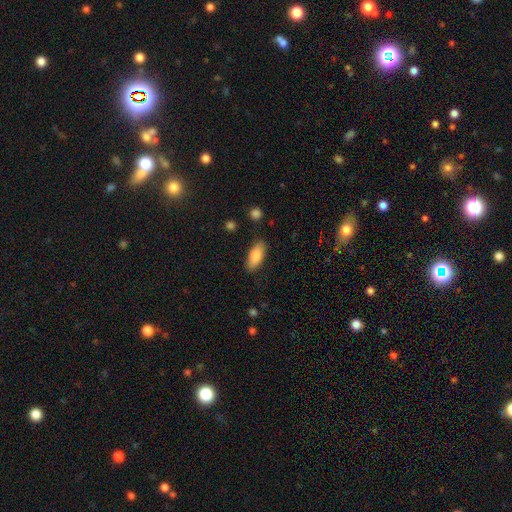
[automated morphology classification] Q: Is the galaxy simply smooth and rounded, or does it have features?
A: smooth — 85%.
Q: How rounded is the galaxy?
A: in between — 81%.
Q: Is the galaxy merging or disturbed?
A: none — 84%.